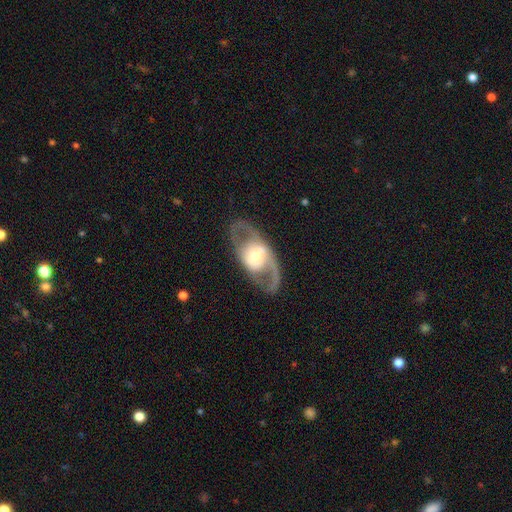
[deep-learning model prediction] featured or disk 77%, smooth 17%, star or artifact 5%. Down the decision tree: edge-on disk — no (90%); bar — no (57%); spiral arms — yes (65%); bulge size — moderate (57%); merging — none (77%).